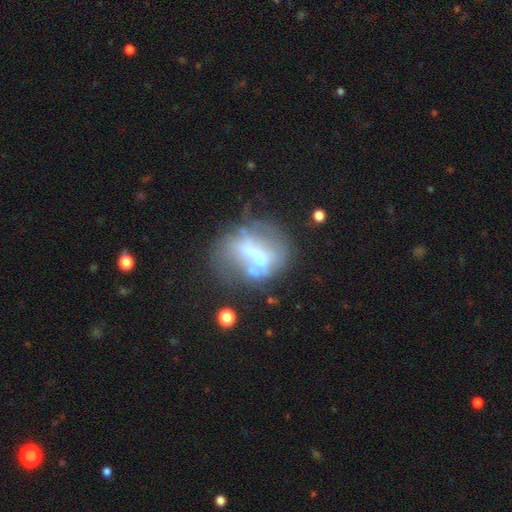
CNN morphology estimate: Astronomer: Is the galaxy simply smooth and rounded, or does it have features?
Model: featured or disk — 53% (runner-up: smooth, 33%).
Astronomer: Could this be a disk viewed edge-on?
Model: no — 95%.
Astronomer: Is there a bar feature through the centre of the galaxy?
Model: no — 65%.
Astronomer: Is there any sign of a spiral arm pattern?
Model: no — 87%.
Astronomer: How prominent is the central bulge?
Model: moderate — 35% (runner-up: small, 25%).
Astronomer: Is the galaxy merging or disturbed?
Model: major disturbance — 30%, tied with none at 30%.